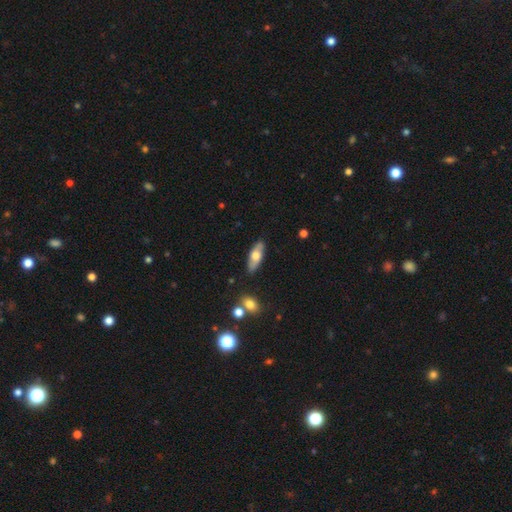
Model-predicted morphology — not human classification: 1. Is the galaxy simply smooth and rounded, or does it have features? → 61% smooth, 34% featured or disk, 6% star or artifact.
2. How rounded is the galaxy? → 66% in between, 31% cigar-shaped, 3% round.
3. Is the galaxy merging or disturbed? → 84% none, 11% minor disturbance, 2% major disturbance, 2% merger.